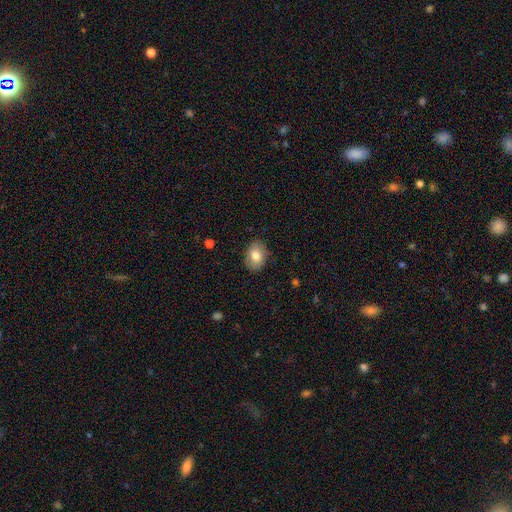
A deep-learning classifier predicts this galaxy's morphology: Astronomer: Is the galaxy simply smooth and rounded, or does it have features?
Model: smooth — 79%.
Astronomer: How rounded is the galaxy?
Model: in between — 75%.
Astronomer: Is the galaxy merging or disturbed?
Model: none — 85%.